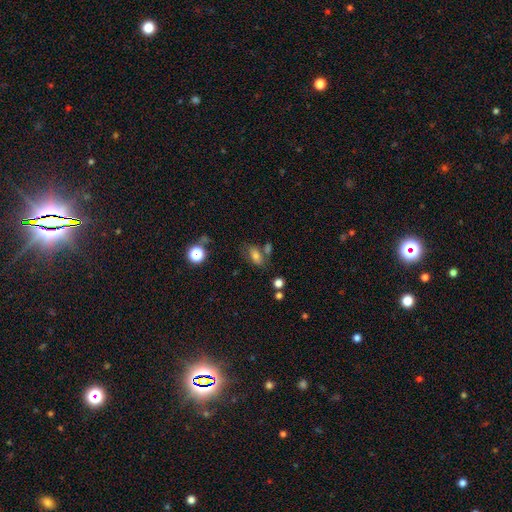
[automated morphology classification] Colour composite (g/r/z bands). It shows a smooth galaxy with no disk features (73%) that is in between round and cigar-shaped (85%). Merging: none (60%).